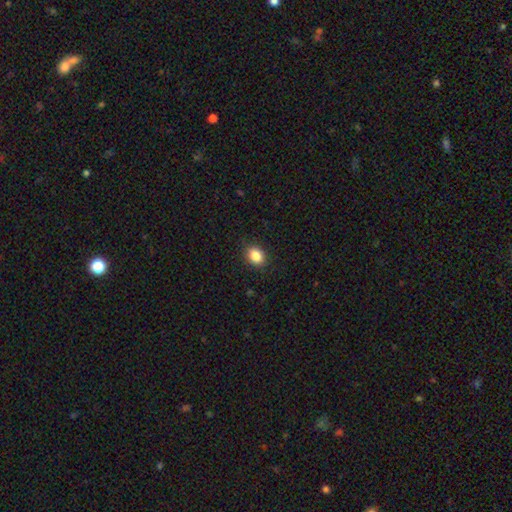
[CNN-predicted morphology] smooth_or_featured: smooth (p=0.86) [alt: star or artifact p=0.10]
how_rounded: in between (p=0.60) [alt: round p=0.39]
merging: none (p=0.88) [alt: minor disturbance p=0.09]